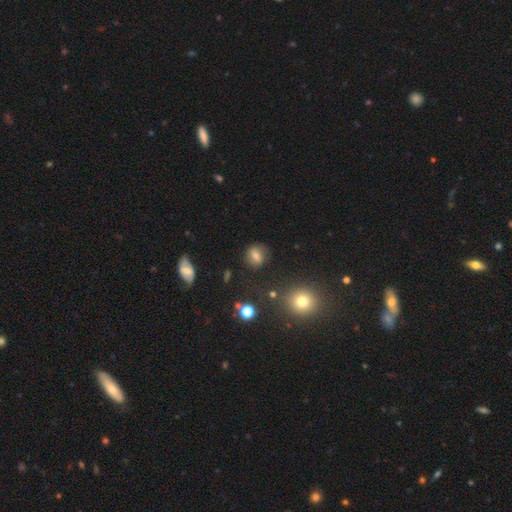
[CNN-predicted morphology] smooth 67%, featured or disk 20%, star or artifact 13%. Down the decision tree: how rounded — round (59%); merging — none (77%).